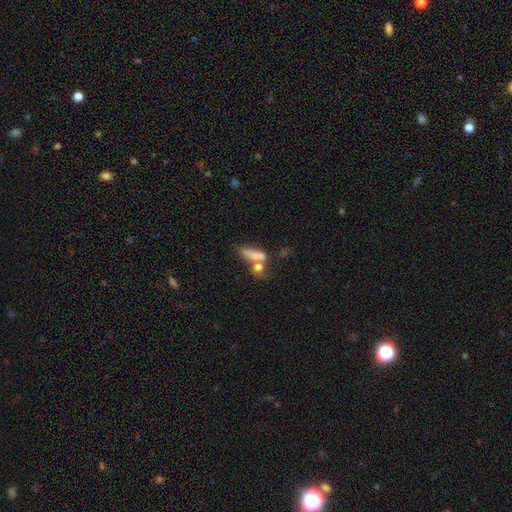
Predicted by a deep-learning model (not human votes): Smooth or featured: smooth — 71% (featured or disk — 19%)
How rounded: in between — 55% (cigar-shaped — 34%)
Merging: merger — 45% (none — 28%)